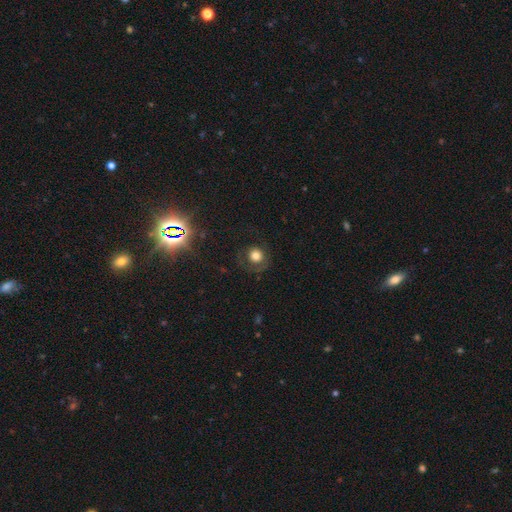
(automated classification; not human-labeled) smooth-or-featured: smooth: 69% | featured or disk: 17% | star or artifact: 14%
  how-rounded: round: 88% | in between: 11% | cigar-shaped: 1%
  merging: none: 69% | minor disturbance: 16% | major disturbance: 14% | merger: 2%